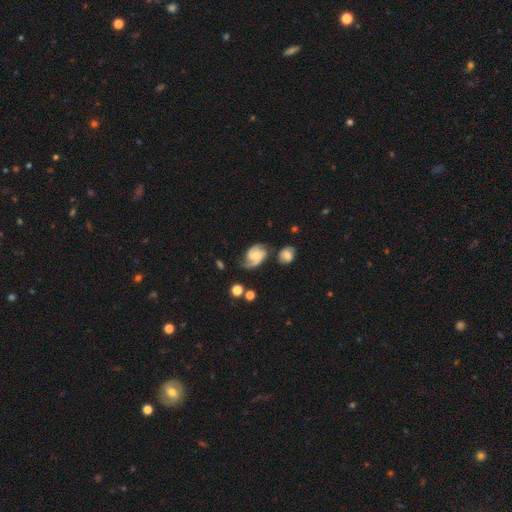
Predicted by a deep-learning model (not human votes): featured or disk 77%, smooth 17%, star or artifact 7%. Down the decision tree: edge-on disk — no (97%); bar — no (50%); spiral arms — yes (95%); spiral arm count — 2 (70%); spiral winding — medium (47%); bulge size — moderate (44%); merging — none (53%).